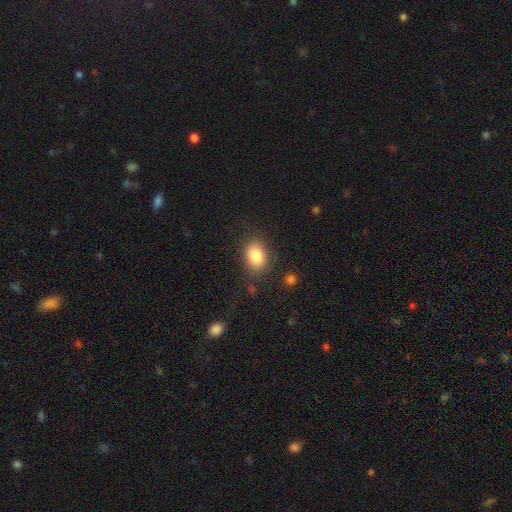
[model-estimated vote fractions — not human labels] smooth_or_featured: smooth (p=0.84) [alt: star or artifact p=0.08]
how_rounded: in between (p=0.69) [alt: round p=0.30]
merging: none (p=0.78) [alt: minor disturbance p=0.14]